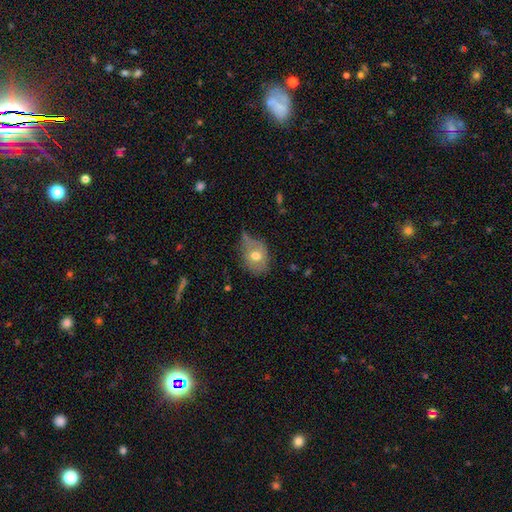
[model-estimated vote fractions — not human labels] Q: Smooth or featured?
A: smooth (63%); runner-up: featured or disk (29%)
Q: How rounded?
A: in between (62%); runner-up: round (36%)
Q: Merging?
A: none (49%); runner-up: minor disturbance (34%)